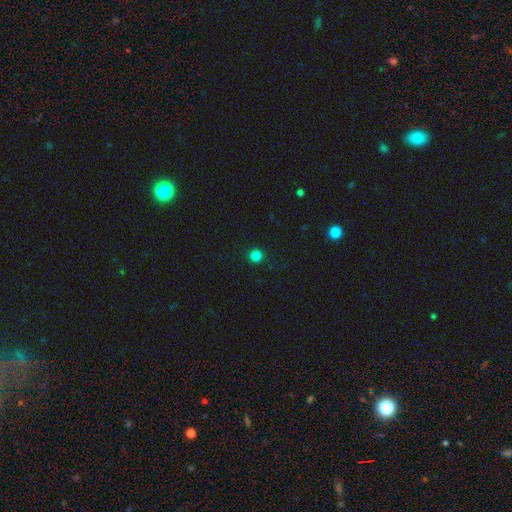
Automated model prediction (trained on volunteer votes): Smooth or featured: smooth — 82% (star or artifact — 14%)
How rounded: round — 95% (in between — 4%)
Merging: none — 93% (minor disturbance — 5%)